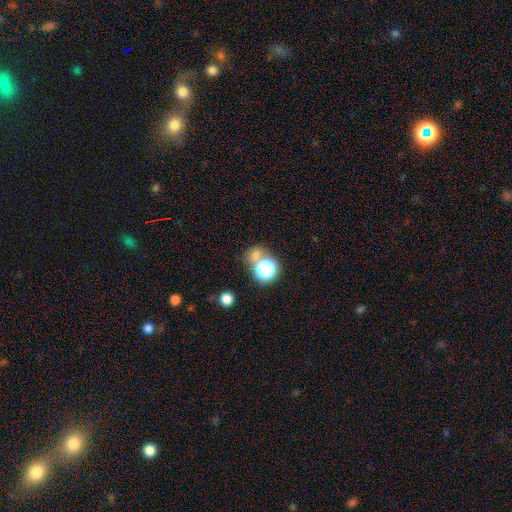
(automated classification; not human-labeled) smooth-or-featured: smooth: 63% | star or artifact: 29% | featured or disk: 8%
  how-rounded: round: 73% | in between: 26% | cigar-shaped: 1%
  merging: none: 56% | merger: 29% | minor disturbance: 10% | major disturbance: 6%